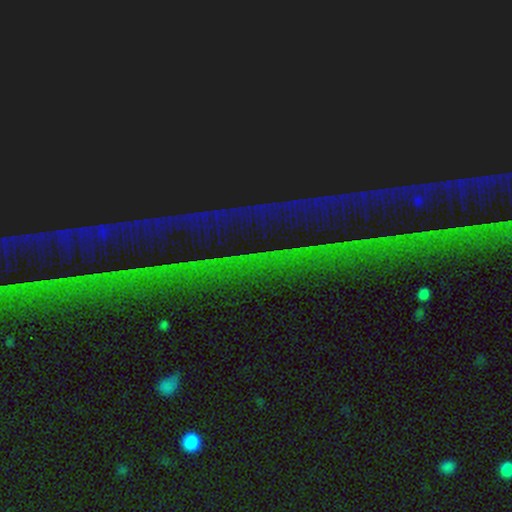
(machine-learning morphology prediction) This is clearly a star or artifact rather than a galaxy (87%).